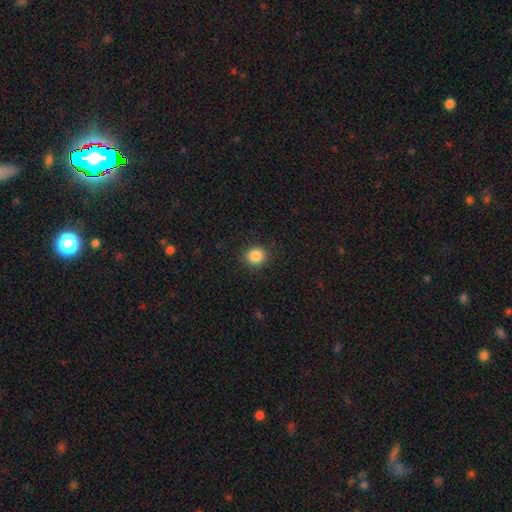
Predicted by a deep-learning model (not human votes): The model was most divided on "how rounded": round: 85%, in between: 14%, cigar-shaped: 1%. More confident: merging — none (90%); smooth or featured — smooth (87%).